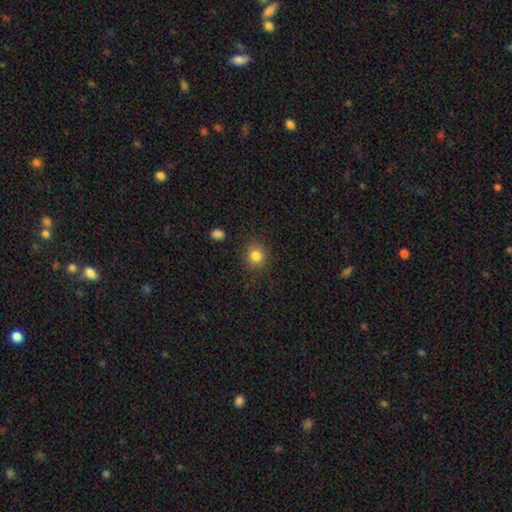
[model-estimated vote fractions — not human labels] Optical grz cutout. It shows a smooth galaxy with no disk features (82%) that is round (83%). Merging: none (87%).